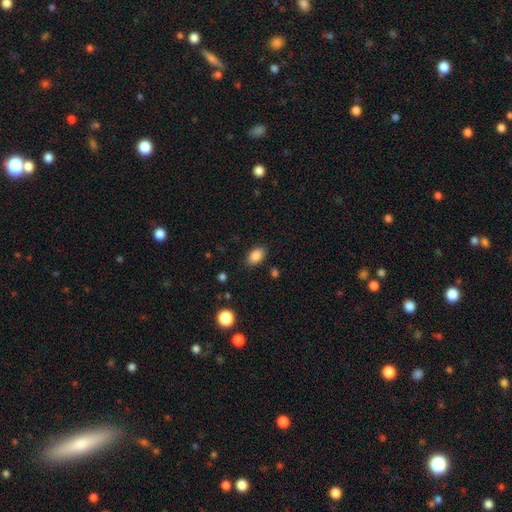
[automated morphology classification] A smooth galaxy with no disk features (87%) that is in between round and cigar-shaped (88%).

Vote fractions:
- Smooth or featured? smooth: 87% / star or artifact: 9% / featured or disk: 4%
- How rounded? in between: 88% / round: 11% / cigar-shaped: 1%
- Merging? none: 86% / minor disturbance: 10% / major disturbance: 3% / merger: 1%